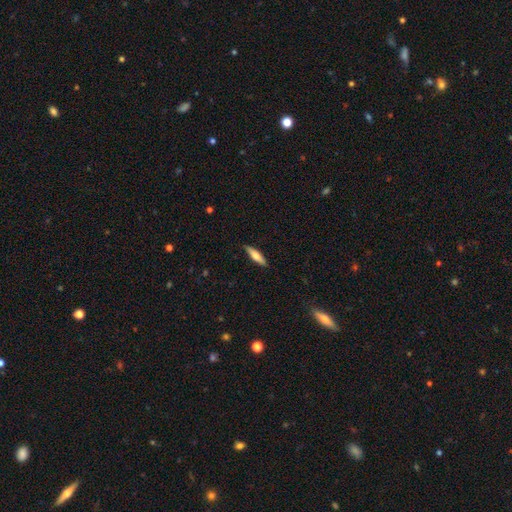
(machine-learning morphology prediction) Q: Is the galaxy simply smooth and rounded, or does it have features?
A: smooth — 60%.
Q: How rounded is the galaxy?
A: cigar-shaped — 73%.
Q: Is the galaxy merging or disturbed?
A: none — 87%.